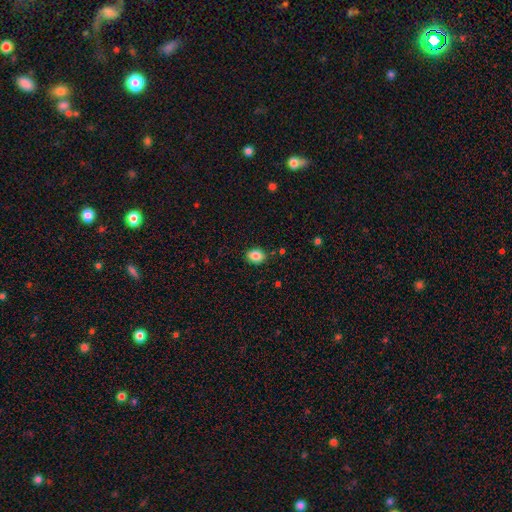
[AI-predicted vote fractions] This is clearly a smooth galaxy (85%). How rounded: likely in between (61%). Merging: clearly none (87%).